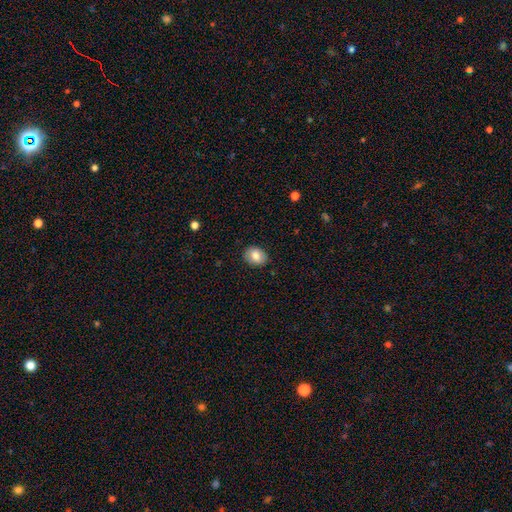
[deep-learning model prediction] Q: Smooth or featured?
A: smooth (82%); runner-up: featured or disk (10%)
Q: How rounded?
A: in between (59%); runner-up: round (40%)
Q: Merging?
A: none (88%); runner-up: minor disturbance (9%)